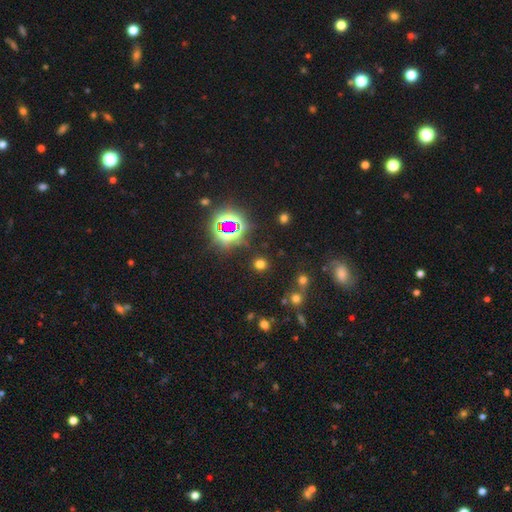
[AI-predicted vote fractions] Smooth or featured? Predicted: star or artifact (p=0.75).